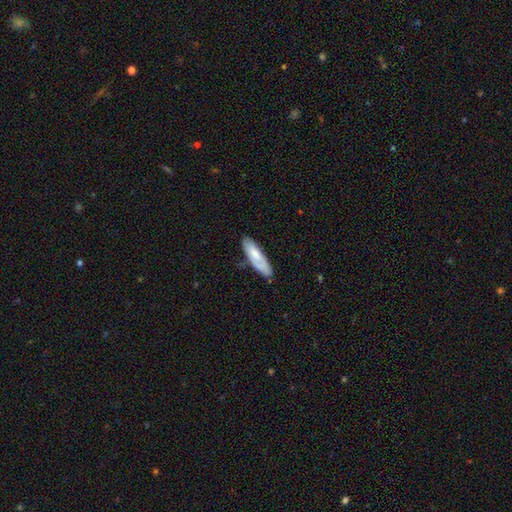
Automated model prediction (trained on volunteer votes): Overall: smooth (68%). How rounded: cigar-shaped (56%; in between 42%). Merging: none (71%).